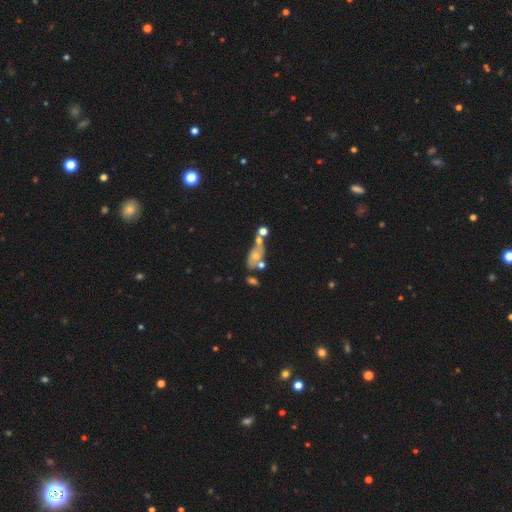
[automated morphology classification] The model was most divided on "smooth or featured": featured or disk: 48%, smooth: 40%, star or artifact: 12%. Remaining: merging — merger (40%).